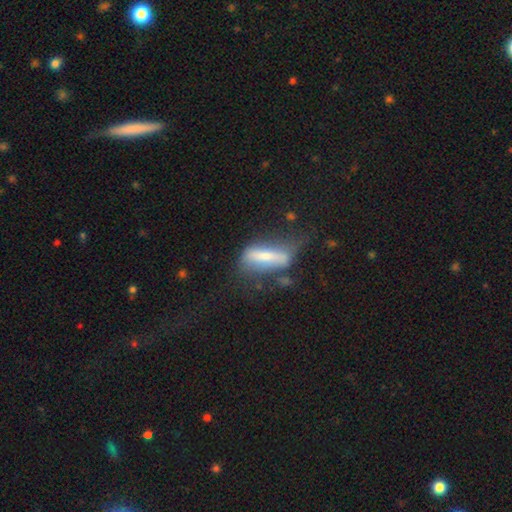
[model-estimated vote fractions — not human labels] smooth 52%, featured or disk 40%, star or artifact 8%. Down the decision tree: how rounded — cigar-shaped (50%); merging — none (35%).